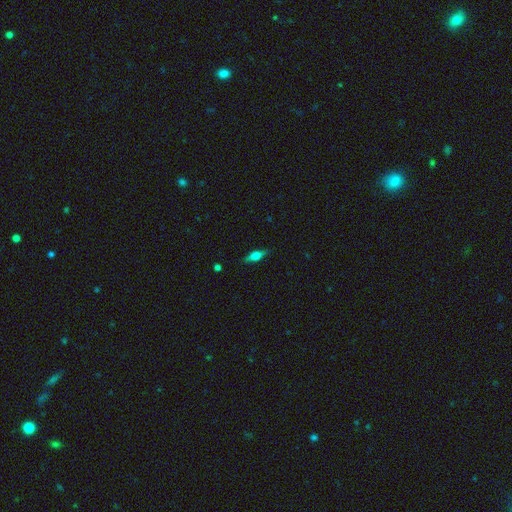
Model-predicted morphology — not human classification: A featured or disk galaxy (53%) viewed edge-on (93%).

Vote fractions:
- Smooth or featured? featured or disk: 53% / smooth: 39% / star or artifact: 7%
- Edge-on disk? yes: 93% / no: 7%
- Merging? none: 87% / minor disturbance: 10% / major disturbance: 2% / merger: 1%